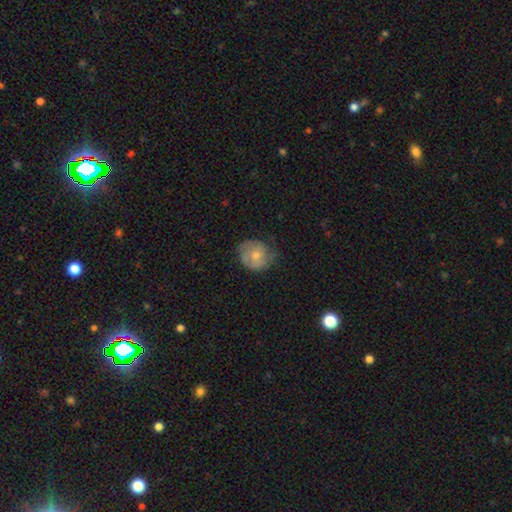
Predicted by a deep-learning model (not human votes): Q: Smooth or featured?
A: featured or disk (50%); runner-up: smooth (43%)
Q: Edge-on disk?
A: no (97%); runner-up: yes (3%)
Q: Merging?
A: none (61%); runner-up: minor disturbance (27%)